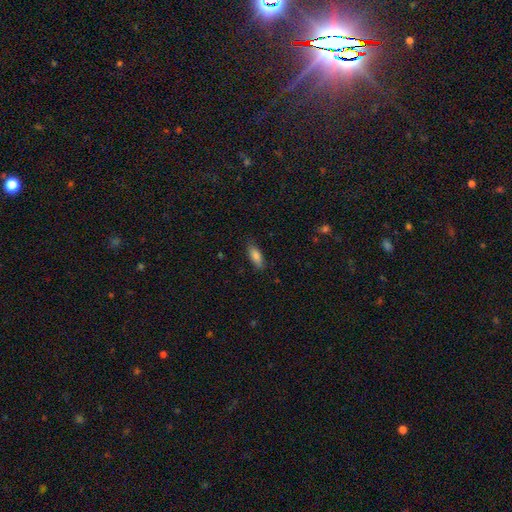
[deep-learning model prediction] Smooth or featured? smooth (83%)
How rounded? in between (71%)
Merging? none (83%)